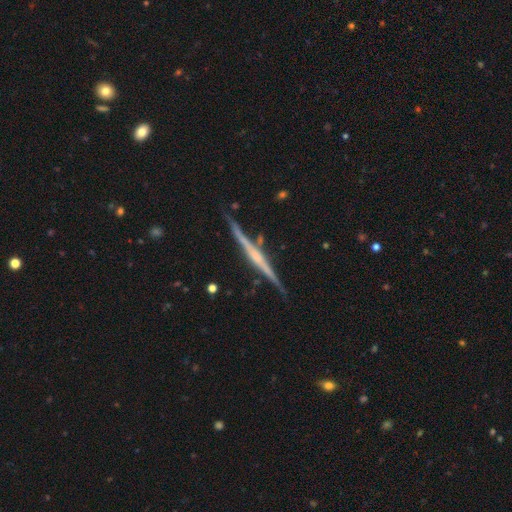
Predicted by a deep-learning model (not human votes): This appears to be a featured or disk galaxy (81%) viewed edge-on (98%) with a rounded central bulge (51%). Merging: none (86%).